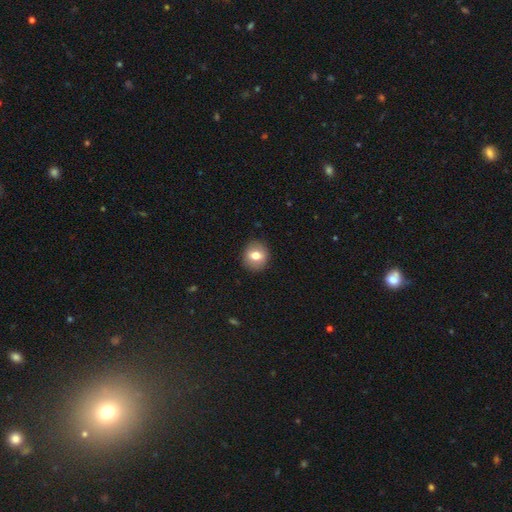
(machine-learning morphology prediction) This appears to be a smooth galaxy with no disk features (73%) that is round (77%). Merging: none (89%).